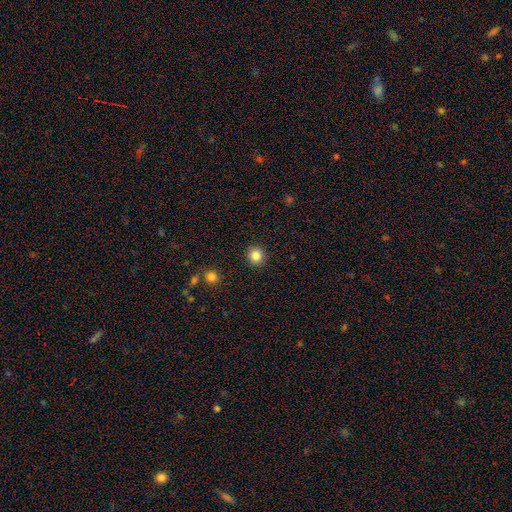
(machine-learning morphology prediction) Smooth or featured: smooth — 85% (star or artifact — 11%)
How rounded: round — 90% (in between — 9%)
Merging: none — 92% (minor disturbance — 5%)